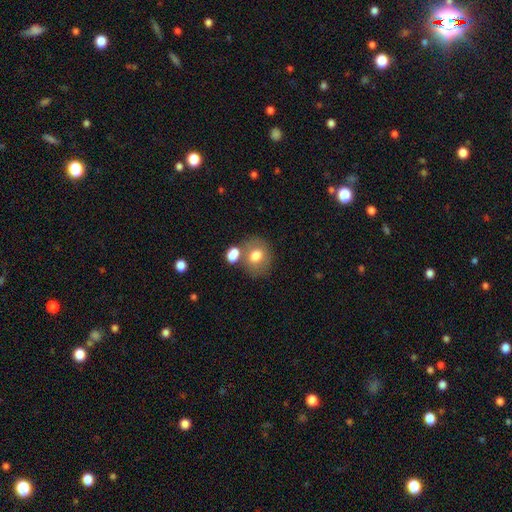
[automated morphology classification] smooth 72%, featured or disk 18%, star or artifact 10%. Down the decision tree: how rounded — round (58%); merging — none (60%).